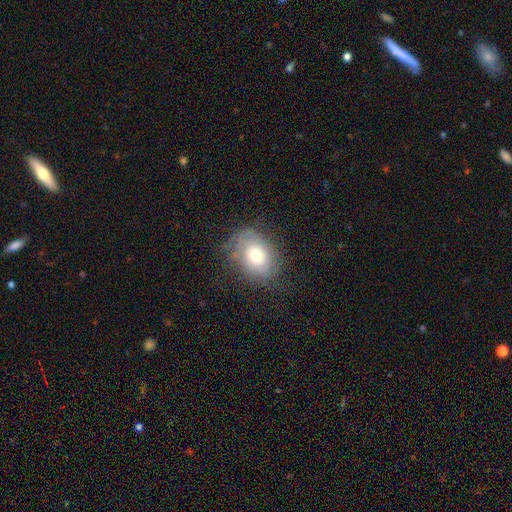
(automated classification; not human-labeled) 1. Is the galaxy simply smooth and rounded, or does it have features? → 63% smooth, 26% featured or disk, 11% star or artifact.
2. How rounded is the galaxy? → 64% in between, 35% round, 1% cigar-shaped.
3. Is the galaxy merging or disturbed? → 67% none, 22% minor disturbance, 10% major disturbance, 1% merger.